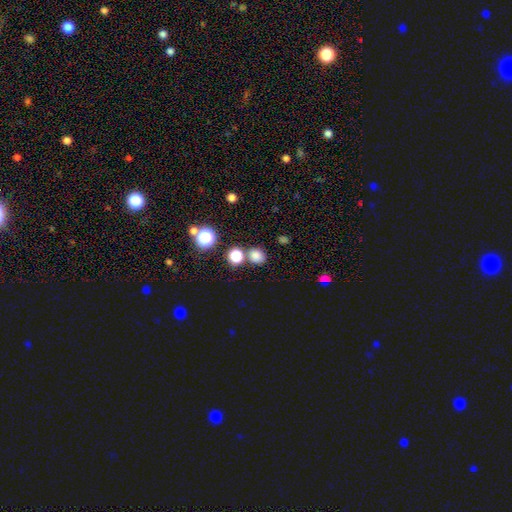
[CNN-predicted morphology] smooth 76%, star or artifact 19%, featured or disk 5%. Down the decision tree: how rounded — round (74%); merging — none (75%).